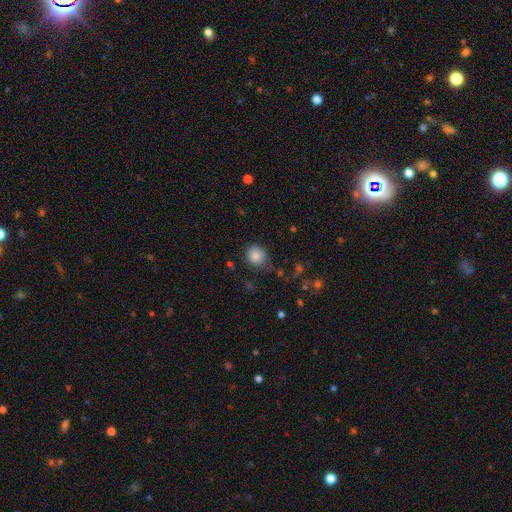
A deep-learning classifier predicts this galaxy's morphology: Overall: smooth (85%). How rounded: round (81%). Merging: none (69%).